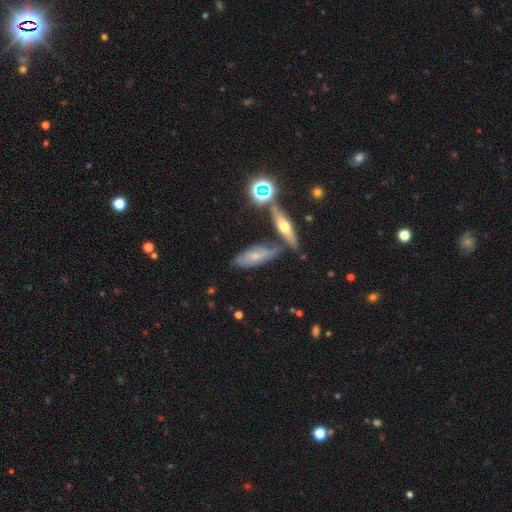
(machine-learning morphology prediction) Smooth or featured? Predicted: featured or disk (p=0.44). Merging? Predicted: none (p=0.61).